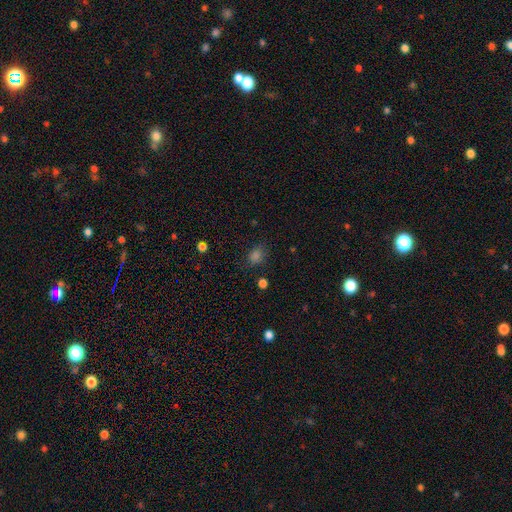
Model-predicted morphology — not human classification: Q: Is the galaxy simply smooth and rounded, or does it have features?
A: smooth — 74%.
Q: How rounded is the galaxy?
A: in between — 50%.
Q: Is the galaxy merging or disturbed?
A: none — 81%.